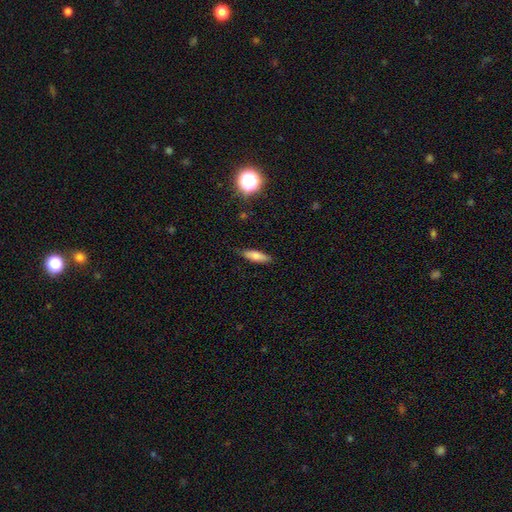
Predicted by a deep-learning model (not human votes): This appears to be a smooth galaxy with no disk features (75%) that is cigar-shaped (55%). Merging: none (81%).